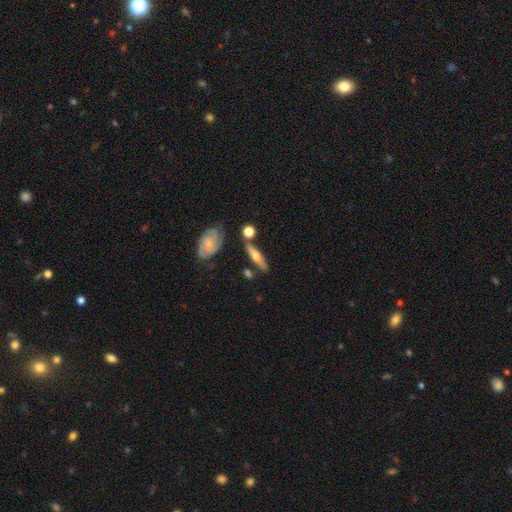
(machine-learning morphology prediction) Smooth or featured?
  - featured or disk: 53% *
  - smooth: 40%
  - star or artifact: 6%
Edge-on disk?
  - yes: 80% *
  - no: 20%
Merging?
  - none: 73% *
  - minor disturbance: 14%
  - merger: 9%
  - major disturbance: 4%